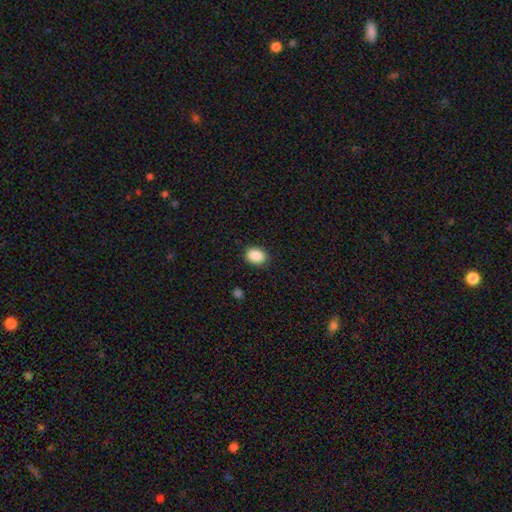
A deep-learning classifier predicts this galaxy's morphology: Smooth or featured?
  - smooth: 89% *
  - star or artifact: 8%
  - featured or disk: 3%
How rounded?
  - in between: 67% *
  - round: 32%
  - cigar-shaped: 1%
Merging?
  - none: 87% *
  - minor disturbance: 9%
  - major disturbance: 2%
  - merger: 1%